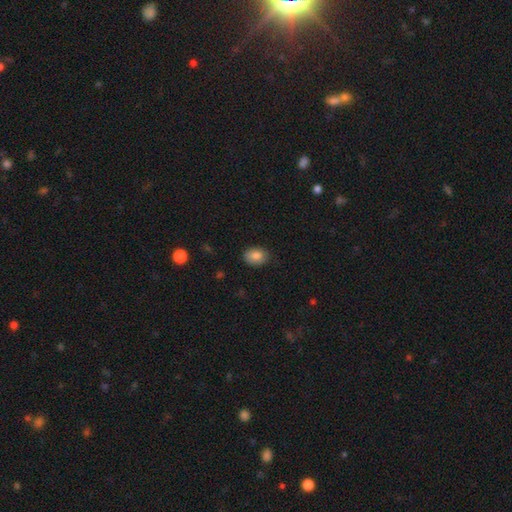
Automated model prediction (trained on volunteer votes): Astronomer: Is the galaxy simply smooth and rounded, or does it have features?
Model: smooth — 85%.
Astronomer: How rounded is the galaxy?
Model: in between — 72%.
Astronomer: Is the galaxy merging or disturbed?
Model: none — 86%.